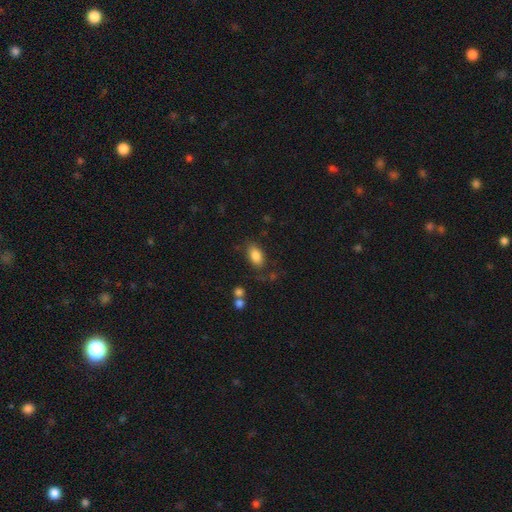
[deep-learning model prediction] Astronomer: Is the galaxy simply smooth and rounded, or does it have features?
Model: smooth — 84%.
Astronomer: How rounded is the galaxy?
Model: in between — 90%.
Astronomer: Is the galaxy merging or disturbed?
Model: none — 76%.